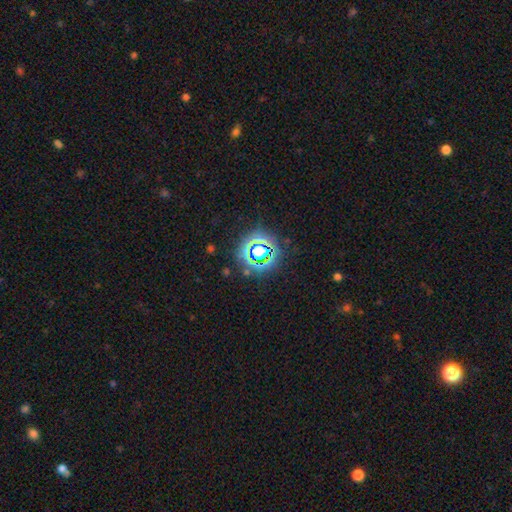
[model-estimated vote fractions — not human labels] Q: Smooth or featured?
A: star or artifact (74%); runner-up: smooth (17%)